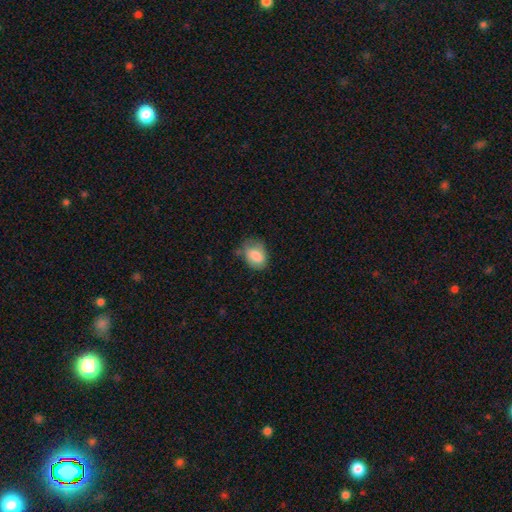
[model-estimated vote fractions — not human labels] A smooth galaxy with no disk features (79%) that is in between round and cigar-shaped (75%).

Vote fractions:
- Smooth or featured? smooth: 79% / featured or disk: 13% / star or artifact: 7%
- How rounded? in between: 75% / round: 24% / cigar-shaped: 1%
- Merging? none: 56% / minor disturbance: 32% / major disturbance: 10% / merger: 3%